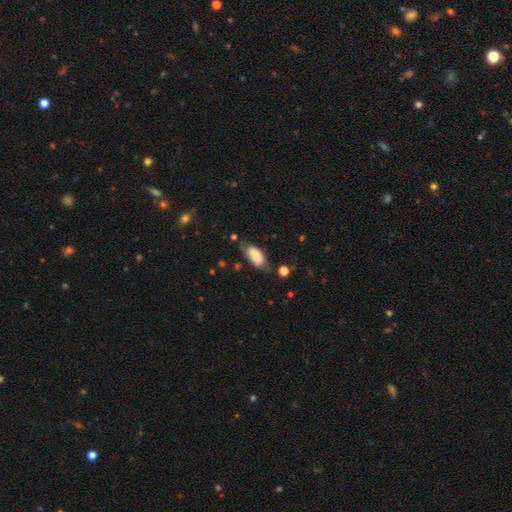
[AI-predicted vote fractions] A smooth galaxy with no disk features (73%) that is in between round and cigar-shaped (86%).

Vote fractions:
- Smooth or featured? smooth: 73% / featured or disk: 20% / star or artifact: 7%
- How rounded? in between: 86% / cigar-shaped: 11% / round: 2%
- Merging? none: 59% / minor disturbance: 28% / major disturbance: 10% / merger: 3%